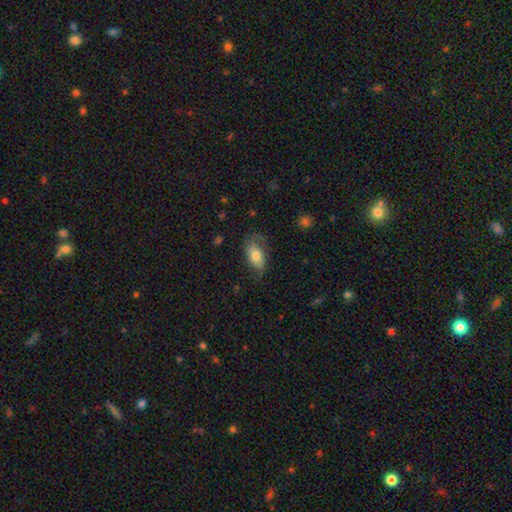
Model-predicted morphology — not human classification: Smooth or featured: smooth — 65% (featured or disk — 28%)
How rounded: in between — 90% (round — 6%)
Merging: none — 55% (minor disturbance — 28%)